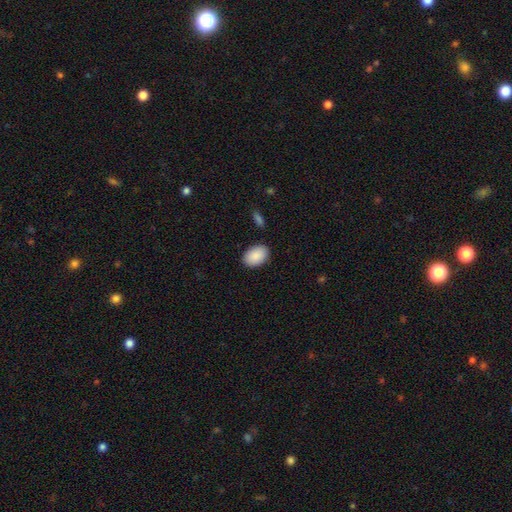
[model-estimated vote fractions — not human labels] Q: Smooth or featured?
A: smooth (90%); runner-up: star or artifact (6%)
Q: How rounded?
A: in between (89%); runner-up: round (10%)
Q: Merging?
A: none (87%); runner-up: minor disturbance (9%)